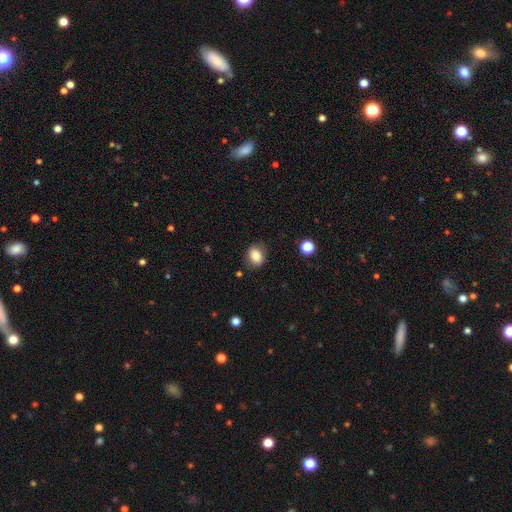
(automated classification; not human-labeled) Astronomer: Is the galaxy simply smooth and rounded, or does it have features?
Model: smooth — 83%.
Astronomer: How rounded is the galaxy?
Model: in between — 57% (runner-up: round, 42%).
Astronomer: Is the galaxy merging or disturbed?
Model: none — 79%.